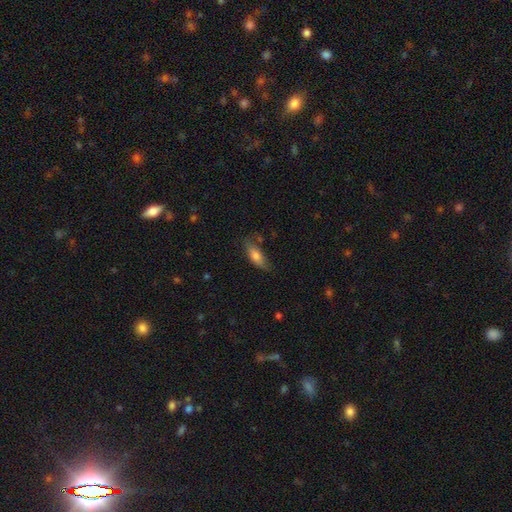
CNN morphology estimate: Overall: smooth (74%). How rounded: in between (69%). Merging: none (67%).